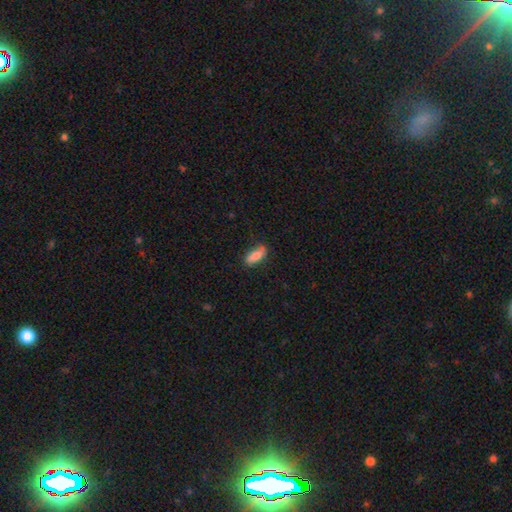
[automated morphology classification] Smooth or featured?
  - smooth: 82% *
  - featured or disk: 11%
  - star or artifact: 7%
How rounded?
  - in between: 70% *
  - cigar-shaped: 28%
  - round: 2%
Merging?
  - none: 72% *
  - minor disturbance: 21%
  - major disturbance: 5%
  - merger: 2%